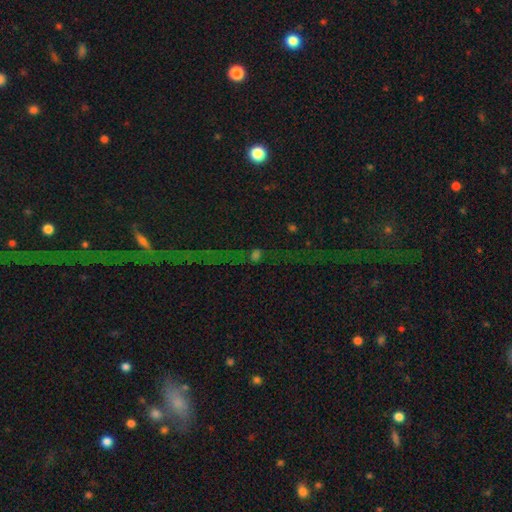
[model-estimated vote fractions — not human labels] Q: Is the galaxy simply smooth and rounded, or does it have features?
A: star or artifact — 65%.